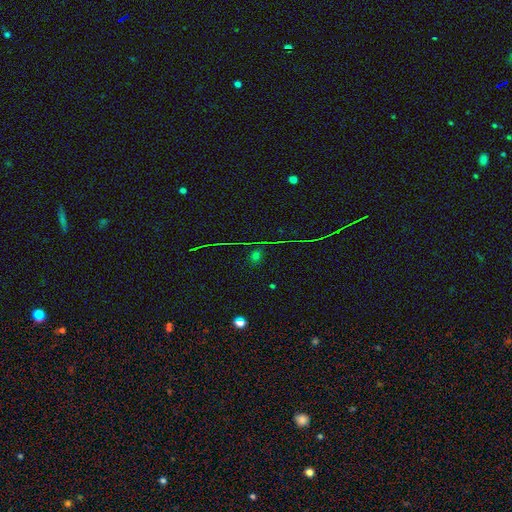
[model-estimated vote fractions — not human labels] Smooth or featured? Predicted: star or artifact (p=0.54).